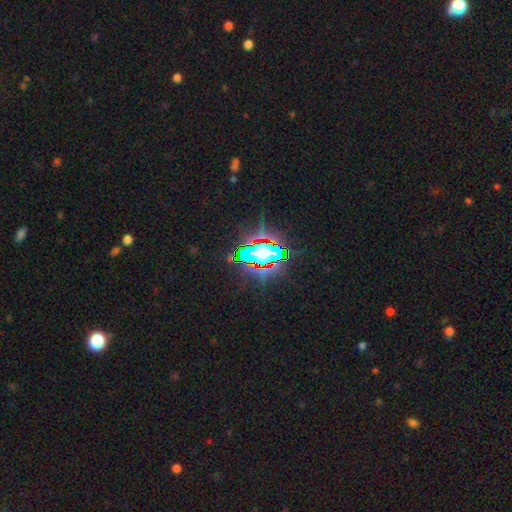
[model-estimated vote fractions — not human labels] Morphology: type=star or artifact (80%).